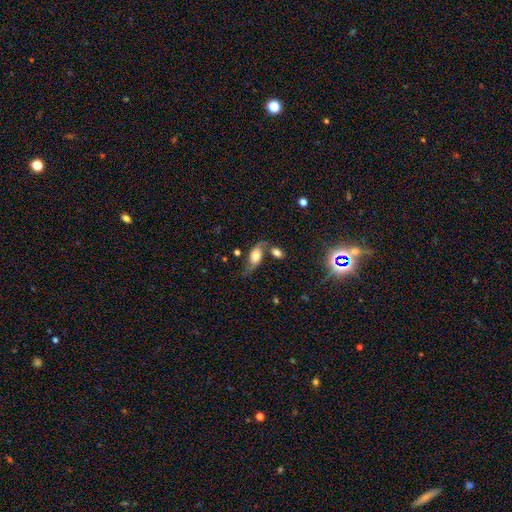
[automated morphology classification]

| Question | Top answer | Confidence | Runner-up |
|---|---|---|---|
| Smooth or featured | featured or disk | 51% | smooth (40%) |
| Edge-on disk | no | 87% | yes (13%) |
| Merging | none | 43% | merger (23%) |